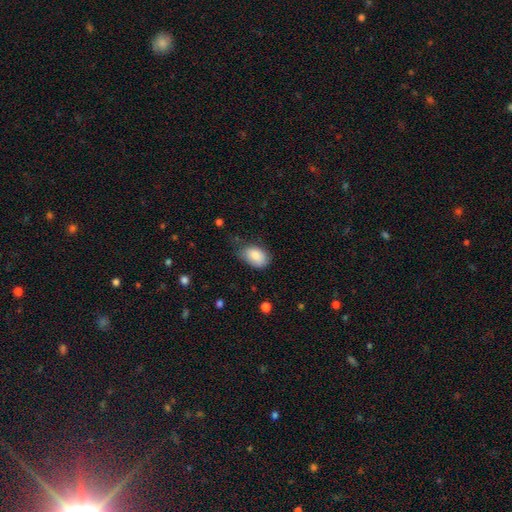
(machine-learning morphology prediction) This appears to be a smooth galaxy with no disk features (85%) that is in between round and cigar-shaped (87%). Merging: none (58%).